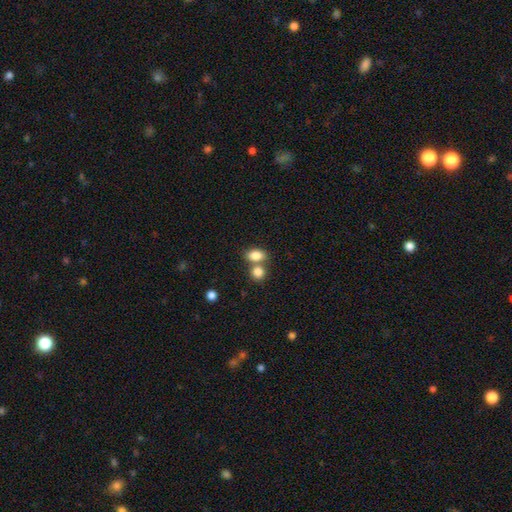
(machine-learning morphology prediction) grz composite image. It shows a smooth galaxy with no disk features (84%) that is in between round and cigar-shaped (74%). Merging: none (45%).